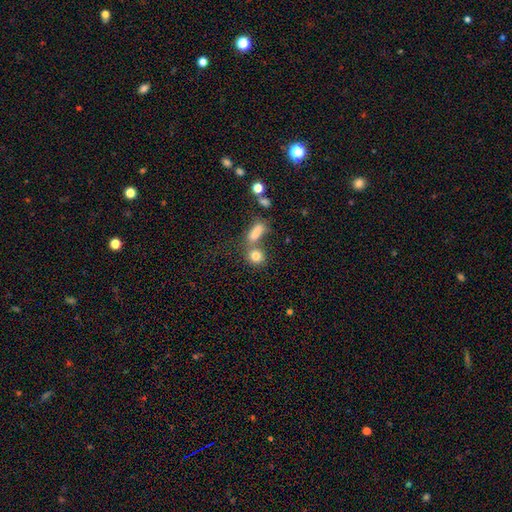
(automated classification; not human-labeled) Q: Smooth or featured?
A: smooth (81%); runner-up: star or artifact (11%)
Q: How rounded?
A: round (67%); runner-up: in between (29%)
Q: Merging?
A: none (49%); runner-up: merger (35%)